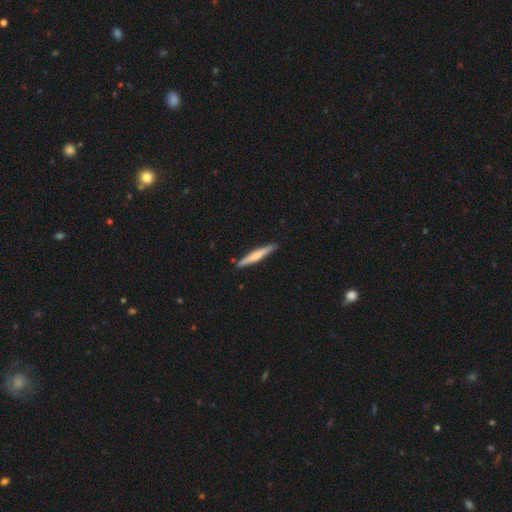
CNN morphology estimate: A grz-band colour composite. It shows a smooth galaxy with no disk features (54%) that is cigar-shaped (95%). Merging: none (88%).